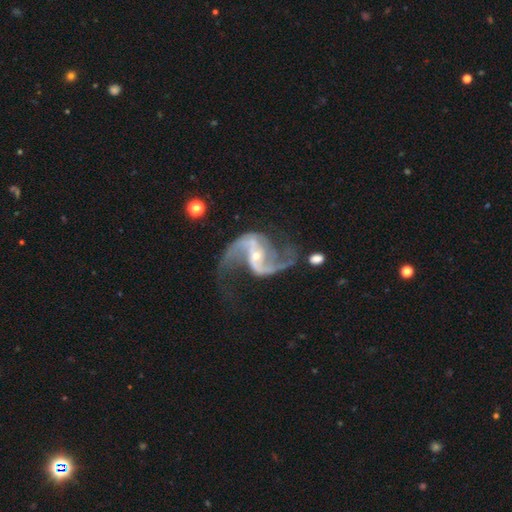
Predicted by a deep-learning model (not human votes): Smooth or featured?
  - featured or disk: 93% *
  - star or artifact: 5%
  - smooth: 2%
Edge-on disk?
  - no: 98% *
  - yes: 2%
Bar?
  - weak: 40% *
  - strong: 33%
  - no: 27%
Spiral arms?
  - yes: 98% *
  - no: 2%
Spiral winding?
  - loose: 60% *
  - medium: 34%
  - tight: 6%
Spiral arm count?
  - 2: 94% *
  - can't tell: 1%
  - 1: 1%
  - 3: 1%
  - 4: 1%
  - more than 4: 1%
Bulge size?
  - small: 63% *
  - moderate: 32%
  - none: 2%
  - large: 2%
  - dominant: 1%
Merging?
  - none: 65% *
  - minor disturbance: 16%
  - major disturbance: 15%
  - merger: 4%